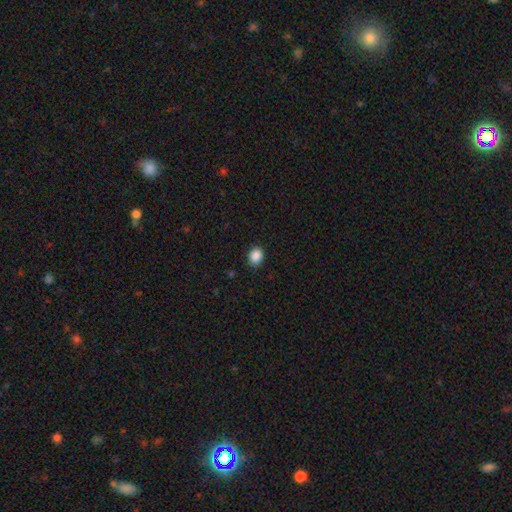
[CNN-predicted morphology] smooth_or_featured: smooth (p=0.88) [alt: star or artifact p=0.09]
how_rounded: round (p=0.55) [alt: in between p=0.45]
merging: none (p=0.89) [alt: minor disturbance p=0.08]